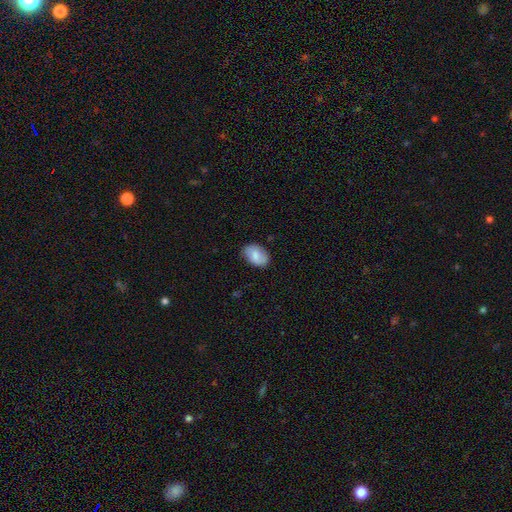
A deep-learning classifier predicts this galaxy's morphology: A smooth galaxy with no disk features (78%) that is in between round and cigar-shaped (85%). Merging: none (79%).